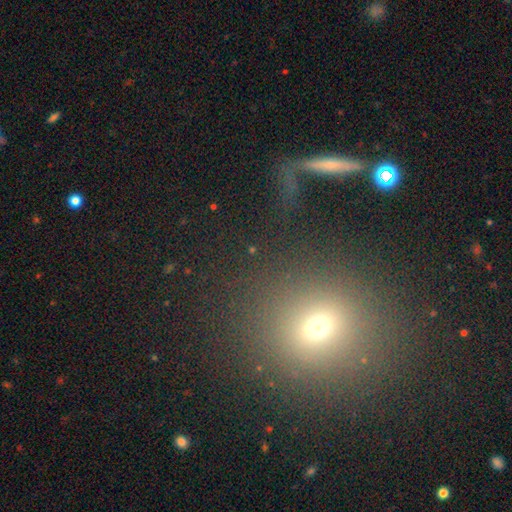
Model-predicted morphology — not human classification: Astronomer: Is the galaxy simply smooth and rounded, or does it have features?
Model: smooth — 54% (runner-up: star or artifact, 32%).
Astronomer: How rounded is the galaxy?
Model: round — 77%.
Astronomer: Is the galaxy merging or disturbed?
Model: none — 82%.